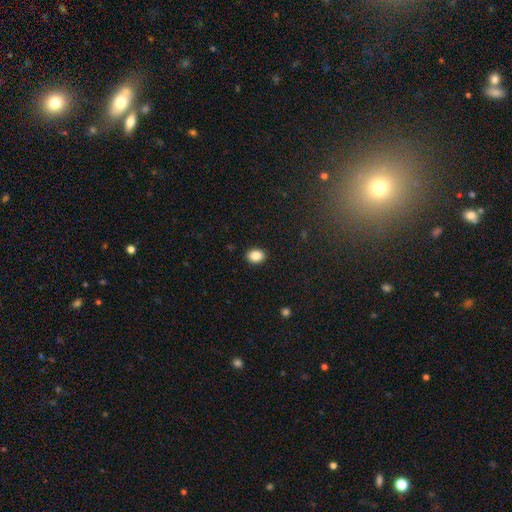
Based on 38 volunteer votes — Smooth or featured? 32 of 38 (84%) said smooth. How rounded? 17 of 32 (53%) said in between. Merging? 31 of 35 (89%) said none.